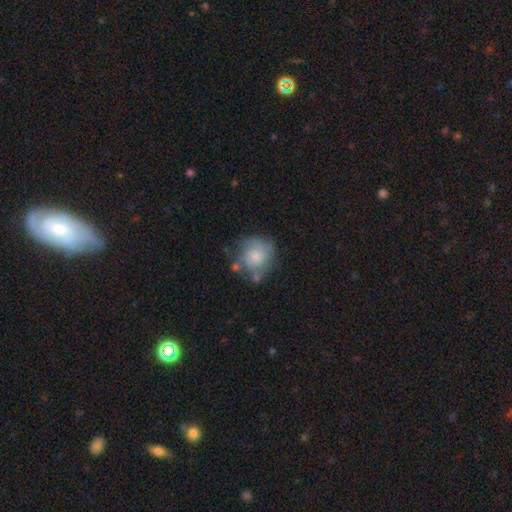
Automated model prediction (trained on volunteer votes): smooth-or-featured: smooth: 56% | featured or disk: 36% | star or artifact: 7%
  how-rounded: round: 85% | in between: 14% | cigar-shaped: 1%
  merging: none: 53% | minor disturbance: 25% | major disturbance: 12% | merger: 9%